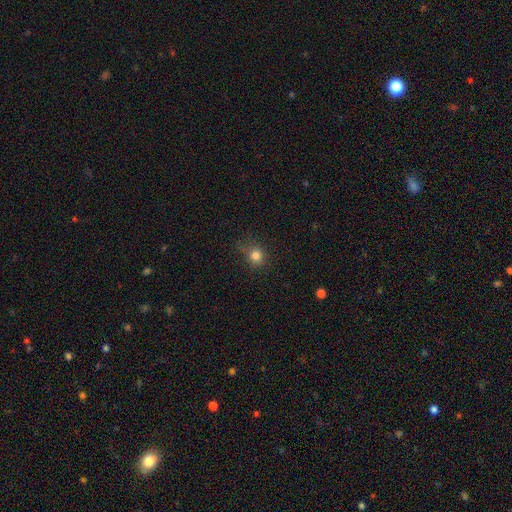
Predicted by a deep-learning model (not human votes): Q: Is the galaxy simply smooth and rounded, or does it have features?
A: smooth — 79%.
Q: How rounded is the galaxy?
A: round — 84%.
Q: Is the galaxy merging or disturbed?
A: none — 70%.